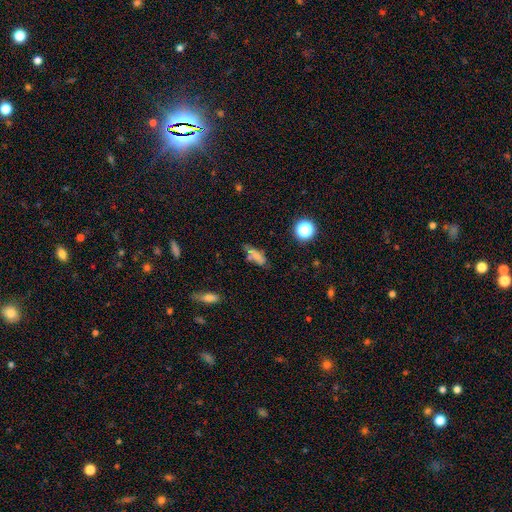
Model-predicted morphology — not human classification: smooth-or-featured: smooth: 62% | featured or disk: 20% | star or artifact: 17%
  how-rounded: in between: 67% | cigar-shaped: 26% | round: 7%
  merging: none: 57% | minor disturbance: 24% | merger: 11% | major disturbance: 8%